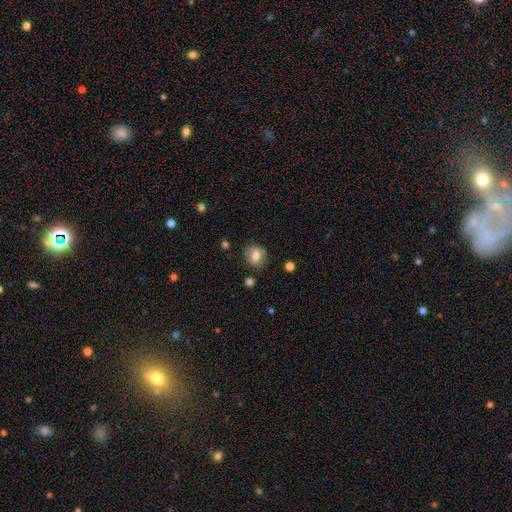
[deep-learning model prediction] Smooth or featured? smooth (71%)
How rounded? round (66%)
Merging? none (74%)